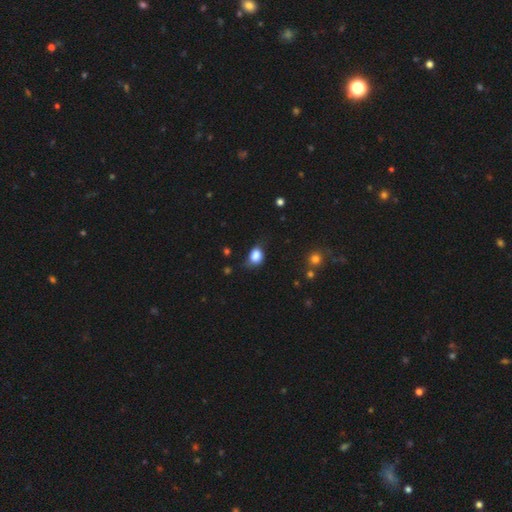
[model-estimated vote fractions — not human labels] Q: Smooth or featured?
A: smooth (84%); runner-up: star or artifact (9%)
Q: How rounded?
A: in between (58%); runner-up: round (41%)
Q: Merging?
A: none (54%); runner-up: minor disturbance (34%)